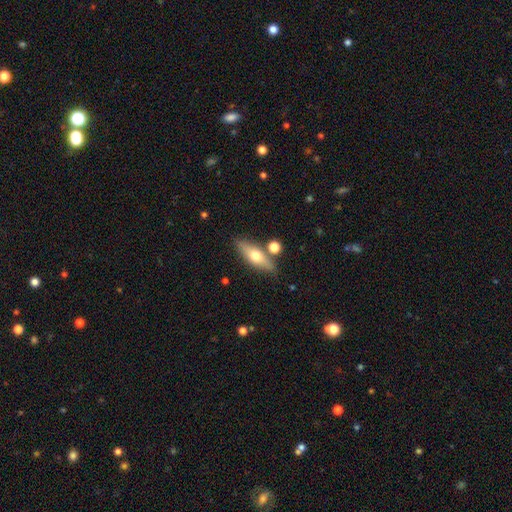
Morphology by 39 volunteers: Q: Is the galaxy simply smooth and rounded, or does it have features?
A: smooth — 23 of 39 (59%).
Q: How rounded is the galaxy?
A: in between — 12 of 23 (52%).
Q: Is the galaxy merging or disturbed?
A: none — 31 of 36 (86%).